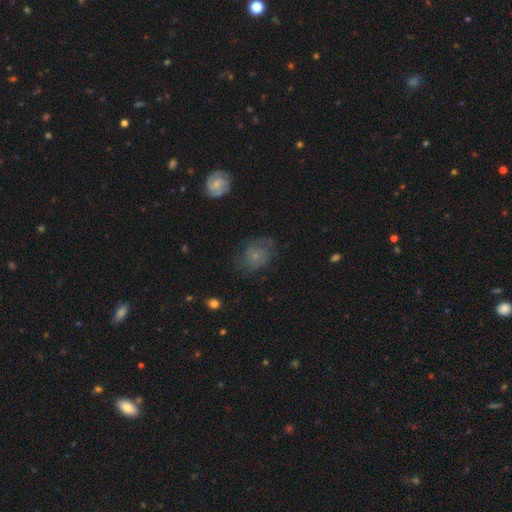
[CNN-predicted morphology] Overall: smooth (51%; featured or disk 36%). How rounded: in between (54%; round 45%). Merging: none (60%; minor disturbance 24%).